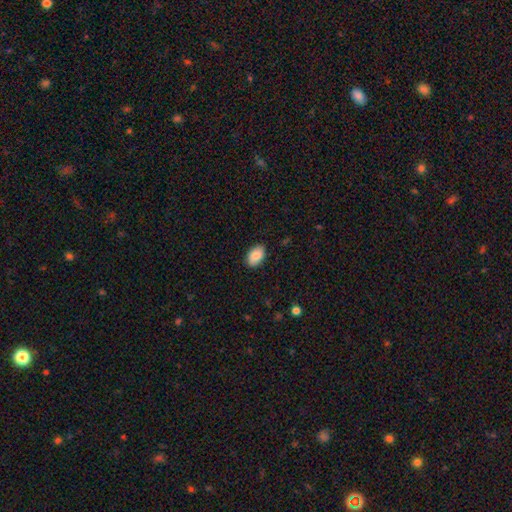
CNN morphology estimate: smooth 83%, featured or disk 10%, star or artifact 7%. Down the decision tree: how rounded — in between (91%); merging — none (87%).